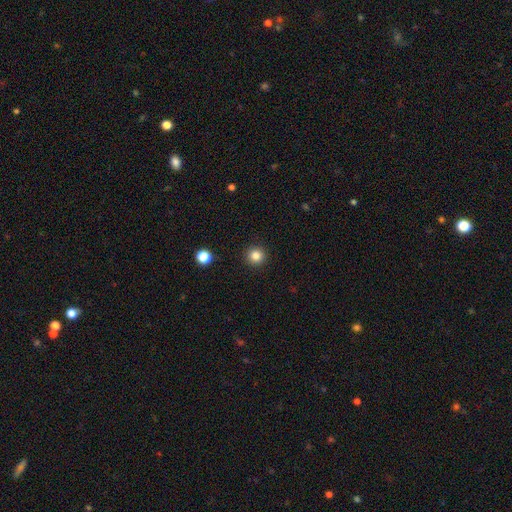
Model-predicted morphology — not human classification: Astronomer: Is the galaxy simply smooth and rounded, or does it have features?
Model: smooth — 84%.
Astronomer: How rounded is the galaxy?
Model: round — 95%.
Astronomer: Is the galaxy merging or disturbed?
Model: none — 93%.